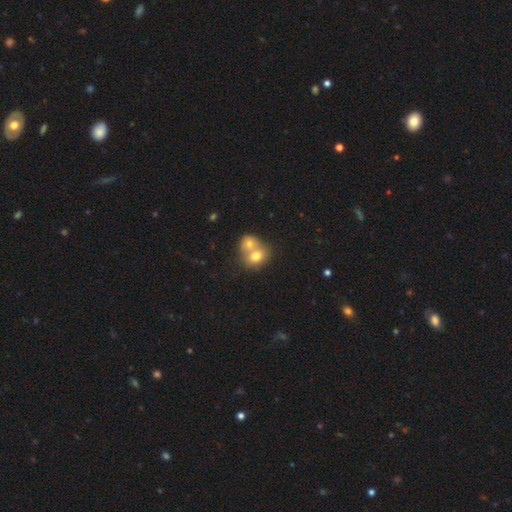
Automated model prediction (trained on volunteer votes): smooth-or-featured: smooth: 73% | featured or disk: 18% | star or artifact: 9%
  how-rounded: round: 59% | in between: 40% | cigar-shaped: 1%
  merging: merger: 71% | none: 21% | minor disturbance: 6% | major disturbance: 2%